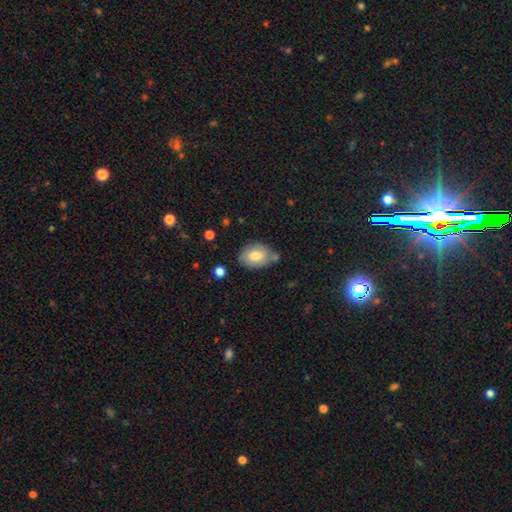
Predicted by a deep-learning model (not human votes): Smooth or featured: smooth — 74% (featured or disk — 18%)
How rounded: in between — 79% (round — 20%)
Merging: none — 62% (minor disturbance — 23%)